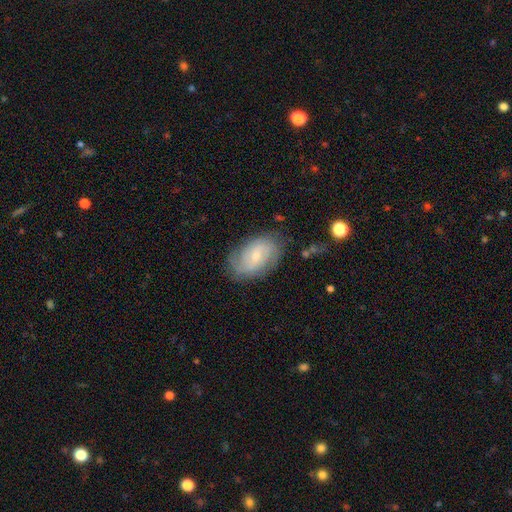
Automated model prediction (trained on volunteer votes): A featured or disk galaxy (69%) with no bar (55%), 2 (46%) tight (41%) spiral arms (90%) and a small central bulge (73%). Merging: none (74%).